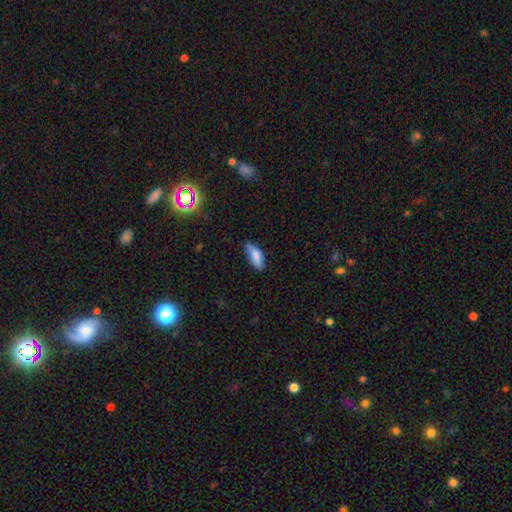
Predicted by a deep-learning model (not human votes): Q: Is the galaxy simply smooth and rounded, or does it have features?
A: smooth — 79%.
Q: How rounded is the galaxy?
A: in between — 75%.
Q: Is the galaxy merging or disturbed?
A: none — 61%.